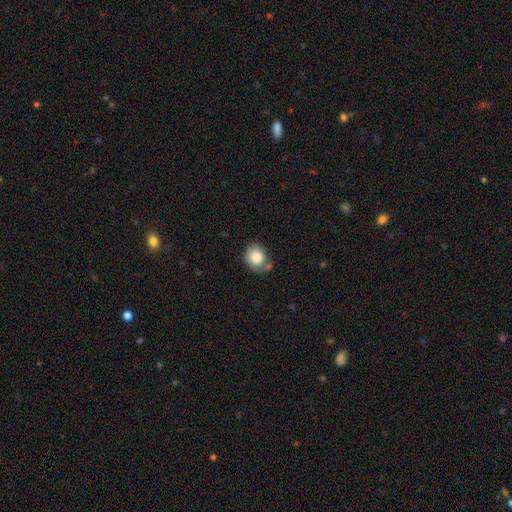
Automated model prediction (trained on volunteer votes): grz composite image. It shows a smooth galaxy with no disk features (84%) that is round (51%). Merging: none (59%).